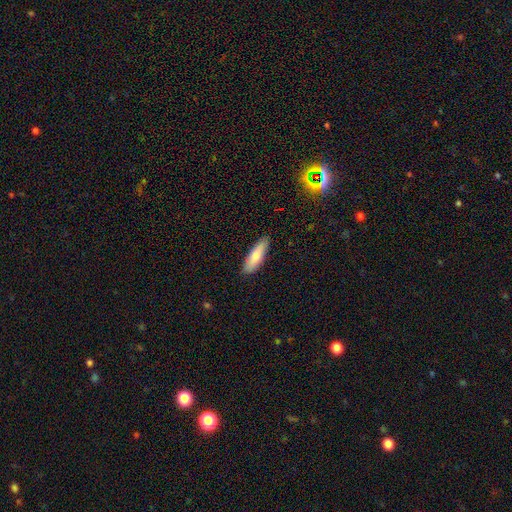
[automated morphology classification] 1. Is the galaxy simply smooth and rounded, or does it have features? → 73% smooth, 21% featured or disk, 7% star or artifact.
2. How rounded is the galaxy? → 57% cigar-shaped, 41% in between, 2% round.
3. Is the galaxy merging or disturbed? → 88% none, 9% minor disturbance, 2% major disturbance, 1% merger.